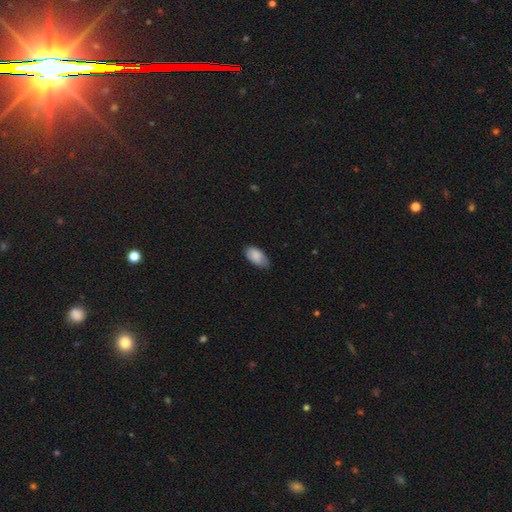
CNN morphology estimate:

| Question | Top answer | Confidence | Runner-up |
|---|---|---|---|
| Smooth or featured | smooth | 86% | featured or disk (8%) |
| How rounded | in between | 94% | round (4%) |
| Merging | none | 67% | minor disturbance (28%) |